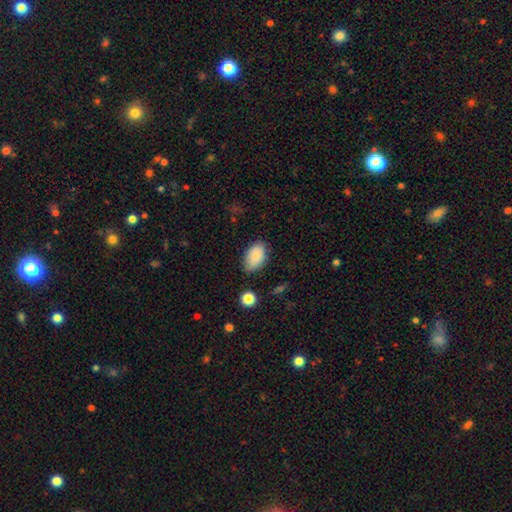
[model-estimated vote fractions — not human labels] smooth_or_featured: smooth (p=0.86) [alt: star or artifact p=0.07]
how_rounded: in between (p=0.93) [alt: round p=0.06]
merging: none (p=0.75) [alt: minor disturbance p=0.19]